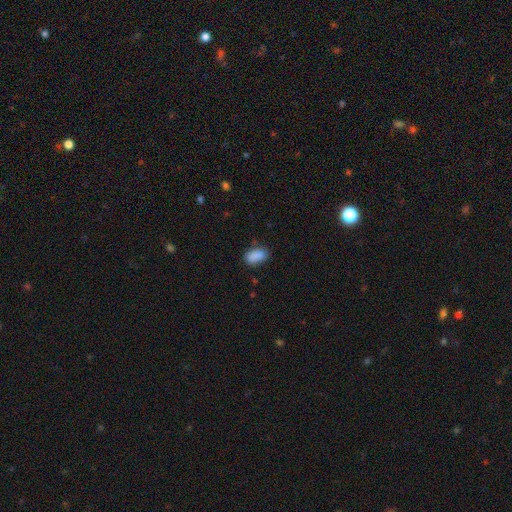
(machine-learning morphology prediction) A smooth galaxy with no disk features (88%) that is in between round and cigar-shaped (91%).

Vote fractions:
- Smooth or featured? smooth: 88% / star or artifact: 8% / featured or disk: 4%
- How rounded? in between: 91% / round: 6% / cigar-shaped: 3%
- Merging? none: 76% / minor disturbance: 18% / major disturbance: 4% / merger: 2%